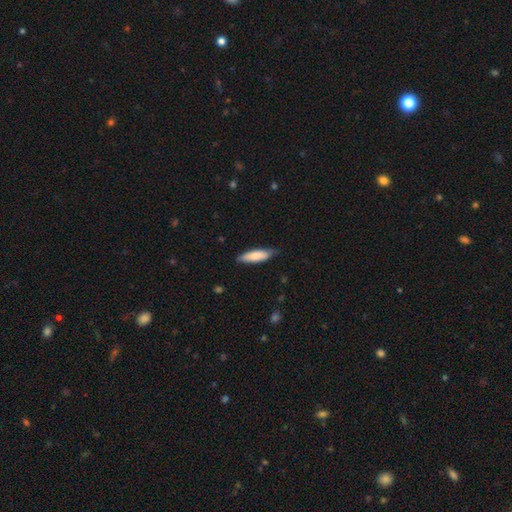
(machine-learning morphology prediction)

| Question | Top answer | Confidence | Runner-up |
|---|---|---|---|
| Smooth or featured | smooth | 78% | featured or disk (16%) |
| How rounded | cigar-shaped | 52% | in between (46%) |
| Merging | none | 75% | minor disturbance (21%) |